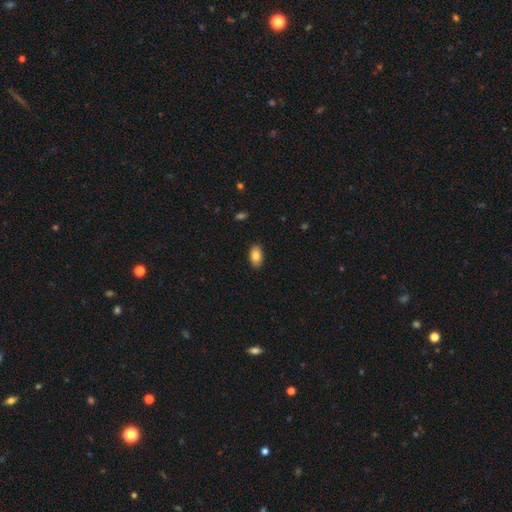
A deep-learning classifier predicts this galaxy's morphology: smooth_or_featured: smooth (p=0.85) [alt: featured or disk p=0.08]
how_rounded: in between (p=0.93) [alt: round p=0.06]
merging: none (p=0.88) [alt: minor disturbance p=0.09]